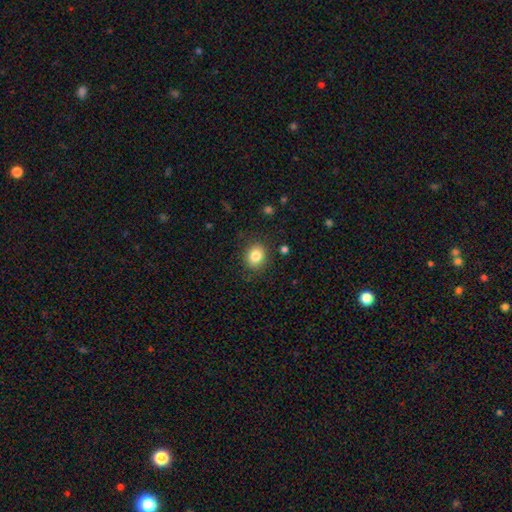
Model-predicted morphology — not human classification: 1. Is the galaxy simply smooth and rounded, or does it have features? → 82% smooth, 10% star or artifact, 7% featured or disk.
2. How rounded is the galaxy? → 66% round, 33% in between, 1% cigar-shaped.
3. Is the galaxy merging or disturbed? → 86% none, 9% minor disturbance, 3% major disturbance, 1% merger.